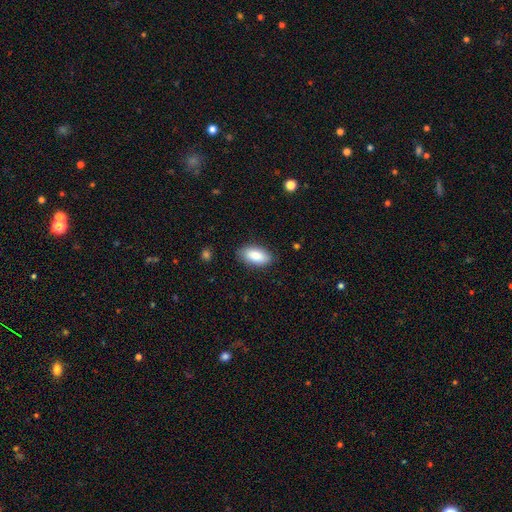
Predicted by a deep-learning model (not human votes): This appears to be a smooth galaxy with no disk features (86%) that is in between round and cigar-shaped (92%). Merging: none (85%).